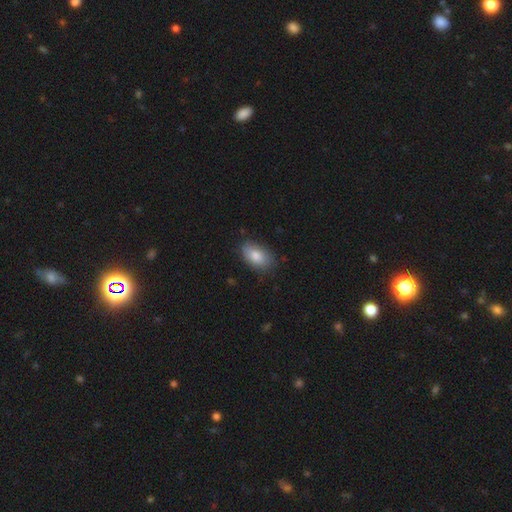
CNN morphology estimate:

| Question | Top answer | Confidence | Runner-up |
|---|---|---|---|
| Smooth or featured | smooth | 83% | featured or disk (10%) |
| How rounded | in between | 92% | round (6%) |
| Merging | none | 79% | minor disturbance (16%) |